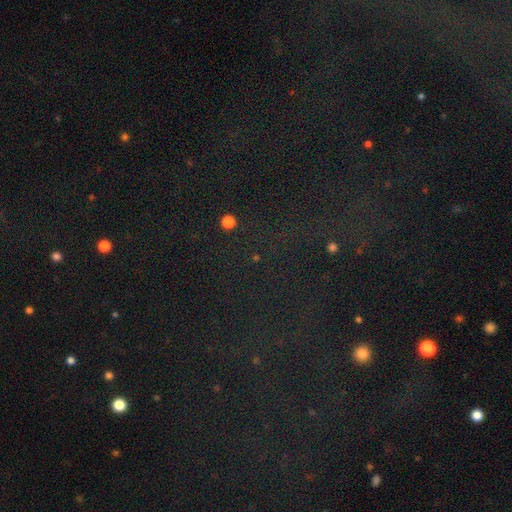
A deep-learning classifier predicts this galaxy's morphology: type=star or artifact (78%).